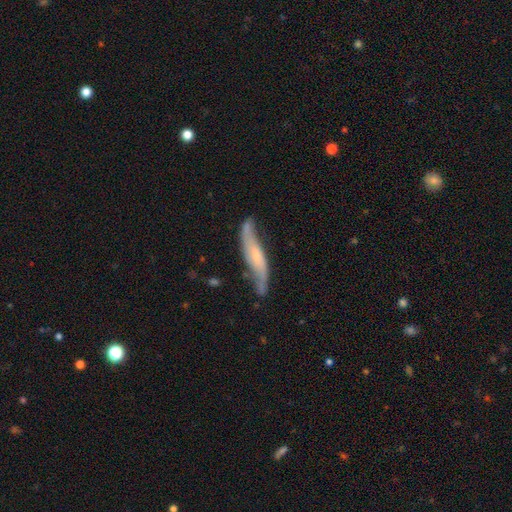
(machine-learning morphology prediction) Smooth or featured?
  - featured or disk: 72% *
  - smooth: 22%
  - star or artifact: 6%
Edge-on disk?
  - no: 66% *
  - yes: 34%
Merging?
  - none: 65% *
  - minor disturbance: 24%
  - major disturbance: 8%
  - merger: 3%